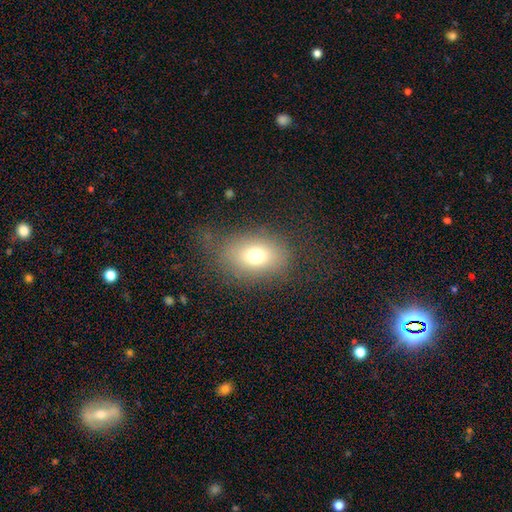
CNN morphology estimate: smooth 73%, featured or disk 14%, star or artifact 13%. Down the decision tree: how rounded — in between (72%); merging — none (71%).